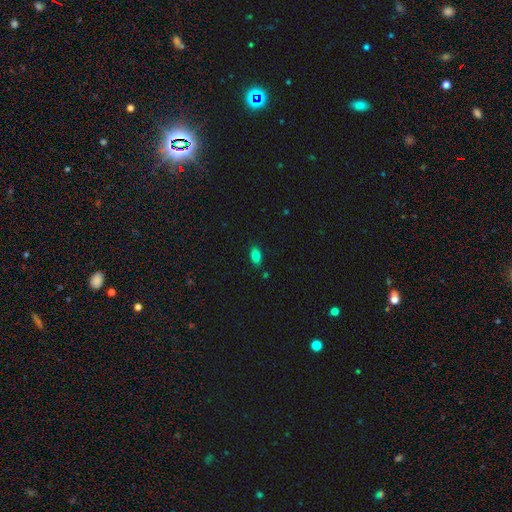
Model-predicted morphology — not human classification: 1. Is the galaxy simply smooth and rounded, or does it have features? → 83% smooth, 11% star or artifact, 6% featured or disk.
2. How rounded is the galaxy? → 90% in between, 5% cigar-shaped, 5% round.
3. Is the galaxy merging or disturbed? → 83% none, 11% minor disturbance, 3% merger, 3% major disturbance.